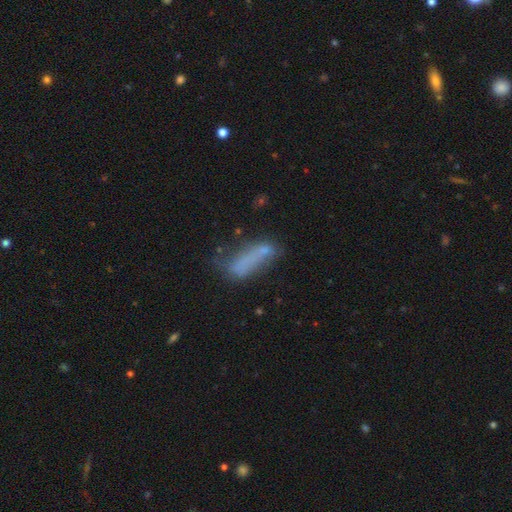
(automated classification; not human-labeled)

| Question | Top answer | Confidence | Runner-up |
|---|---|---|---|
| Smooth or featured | smooth | 58% | featured or disk (29%) |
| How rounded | in between | 51% | cigar-shaped (47%) |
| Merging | none | 36% | minor disturbance (26%) |